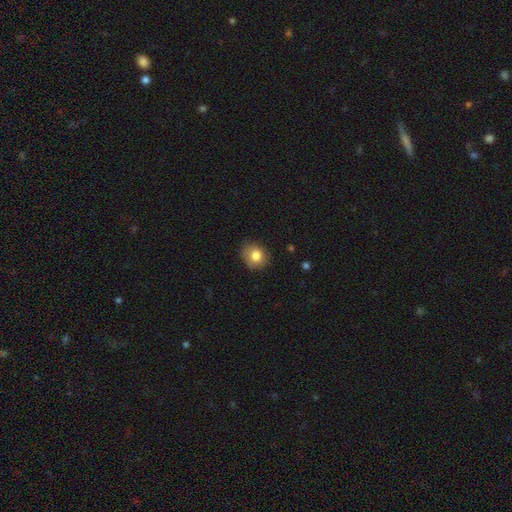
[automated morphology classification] smooth-or-featured: smooth: 81% | featured or disk: 10% | star or artifact: 9%
  how-rounded: round: 65% | in between: 35% | cigar-shaped: 1%
  merging: none: 75% | minor disturbance: 20% | major disturbance: 4% | merger: 1%